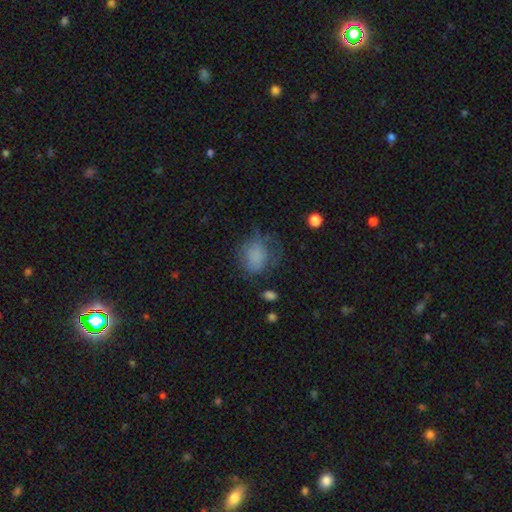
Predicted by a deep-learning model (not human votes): This is likely a smooth galaxy (76%). How rounded: possibly round (55%). Merging: possibly none (46%).